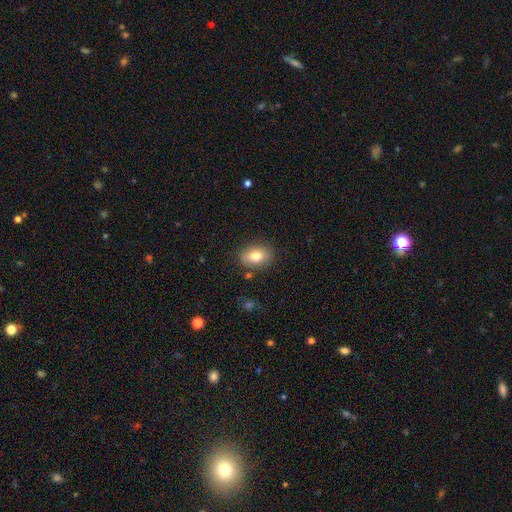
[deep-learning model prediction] The model was most divided on "how rounded": in between: 77%, round: 22%, cigar-shaped: 1%. More confident: merging — none (83%); smooth or featured — smooth (79%).